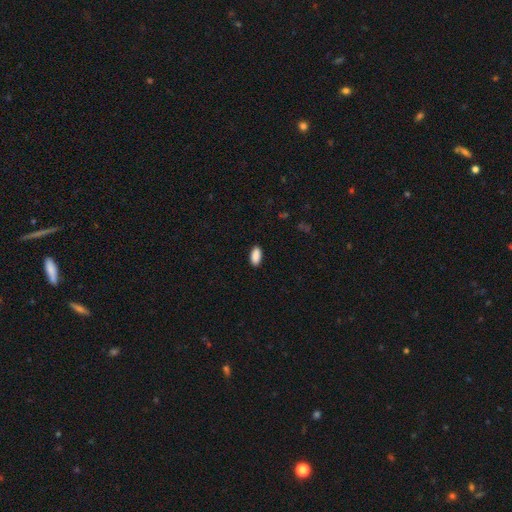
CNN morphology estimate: smooth_or_featured: smooth (p=0.90) [alt: star or artifact p=0.07]
how_rounded: in between (p=0.90) [alt: cigar-shaped p=0.07]
merging: none (p=0.89) [alt: minor disturbance p=0.08]